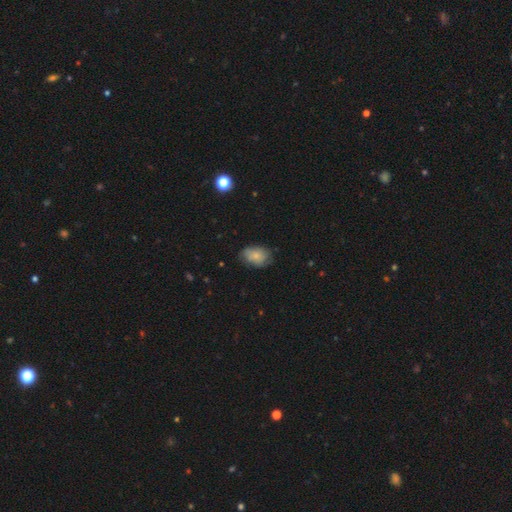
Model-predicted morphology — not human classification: smooth_or_featured: smooth (p=0.75) [alt: featured or disk p=0.17]
how_rounded: in between (p=0.82) [alt: round p=0.16]
merging: none (p=0.67) [alt: minor disturbance p=0.25]